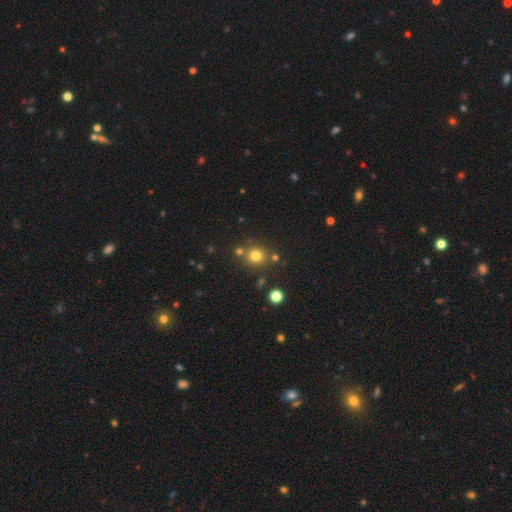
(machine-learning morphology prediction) Smooth or featured?
  - smooth: 76% *
  - star or artifact: 17%
  - featured or disk: 8%
How rounded?
  - round: 85% *
  - in between: 14%
  - cigar-shaped: 1%
Merging?
  - none: 77% *
  - merger: 11%
  - minor disturbance: 9%
  - major disturbance: 3%